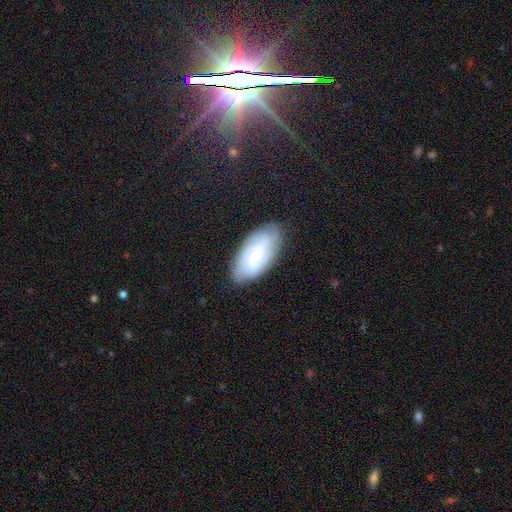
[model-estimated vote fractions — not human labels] smooth-or-featured: featured or disk: 60% | smooth: 32% | star or artifact: 8%
  disk-edge-on: no: 93% | yes: 7%
    bar: no: 45% | weak: 43% | strong: 12%
    has-spiral-arms: yes: 89% | no: 11%
    bulge-size: small: 66% | moderate: 23% | none: 8% | large: 2% | dominant: 1%
  merging: none: 79% | minor disturbance: 16% | major disturbance: 4% | merger: 1%